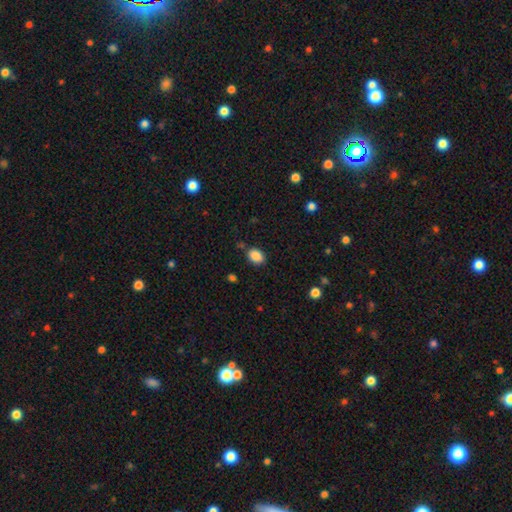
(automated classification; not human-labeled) This is clearly a smooth galaxy (88%). How rounded: likely in between (72%). Merging: clearly none (80%).